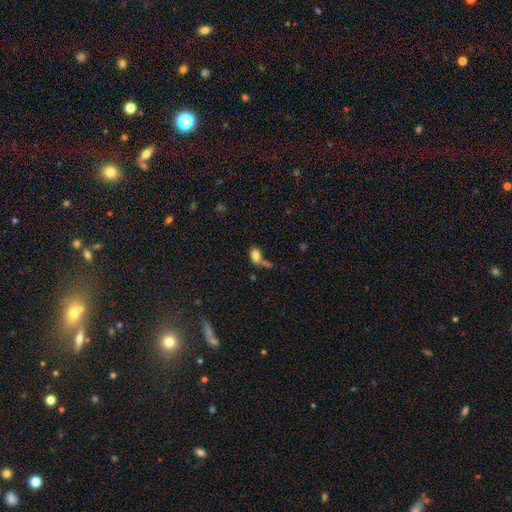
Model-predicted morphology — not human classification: Smooth or featured: smooth — 81% (star or artifact — 10%)
How rounded: in between — 85% (round — 12%)
Merging: none — 39% (merger — 32%)